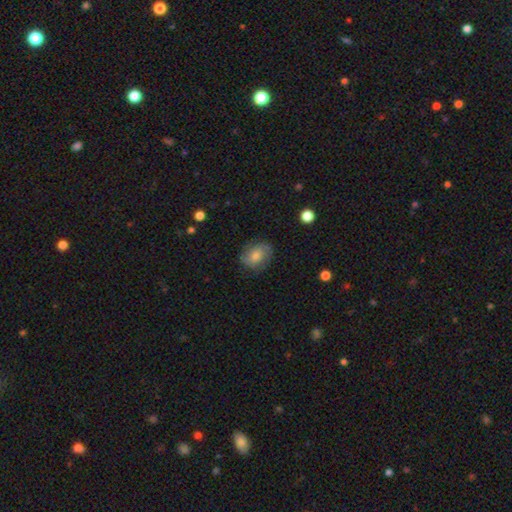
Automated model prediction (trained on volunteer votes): Q: Smooth or featured?
A: smooth (55%); runner-up: featured or disk (35%)
Q: How rounded?
A: in between (61%); runner-up: round (38%)
Q: Merging?
A: none (77%); runner-up: minor disturbance (17%)